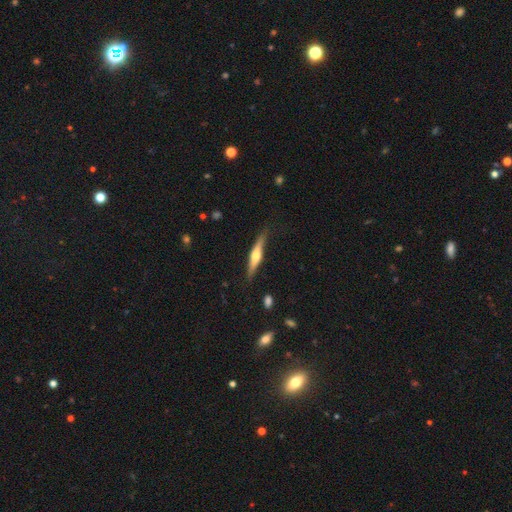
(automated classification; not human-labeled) A featured or disk galaxy (63%) viewed edge-on (96%) with a rounded central bulge (91%).

Vote fractions:
- Smooth or featured? featured or disk: 63% / smooth: 32% / star or artifact: 5%
- Edge-on disk? yes: 96% / no: 4%
- Edge-on bulge? rounded: 91% / boxy: 5% / none: 4%
- Merging? none: 82% / minor disturbance: 14% / major disturbance: 3% / merger: 2%